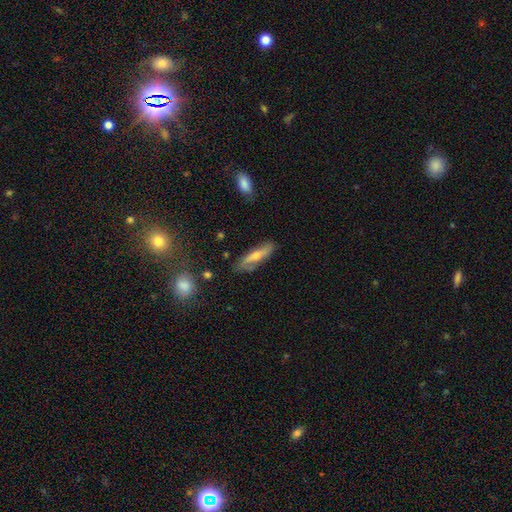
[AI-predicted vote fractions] A smooth galaxy with no disk features (46%, tied with featured or disk).

Vote fractions:
- Smooth or featured? smooth: 46% (tied) / featured or disk: 46% (tied) / star or artifact: 8%
- Merging? none: 76% / minor disturbance: 18% / major disturbance: 4% / merger: 2%